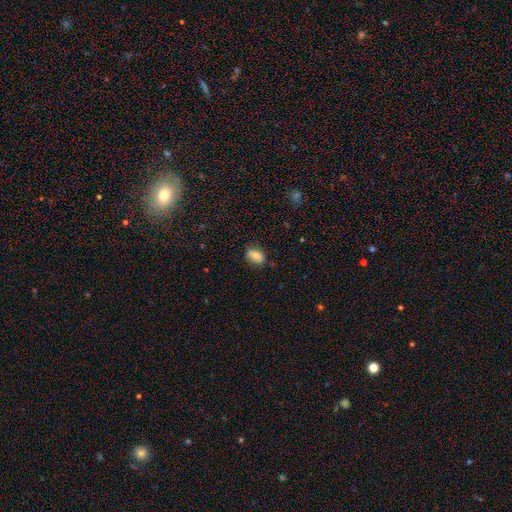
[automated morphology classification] Q: Smooth or featured?
A: smooth (74%); runner-up: featured or disk (17%)
Q: How rounded?
A: in between (77%); runner-up: round (21%)
Q: Merging?
A: none (76%); runner-up: minor disturbance (19%)